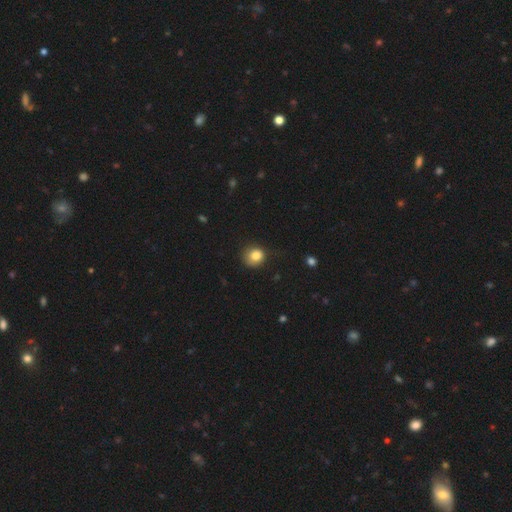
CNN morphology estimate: A smooth galaxy with no disk features (83%) that is round (79%).

Vote fractions:
- Smooth or featured? smooth: 83% / star or artifact: 10% / featured or disk: 7%
- How rounded? round: 79% / in between: 21% / cigar-shaped: 1%
- Merging? none: 66% / minor disturbance: 25% / major disturbance: 8% / merger: 2%